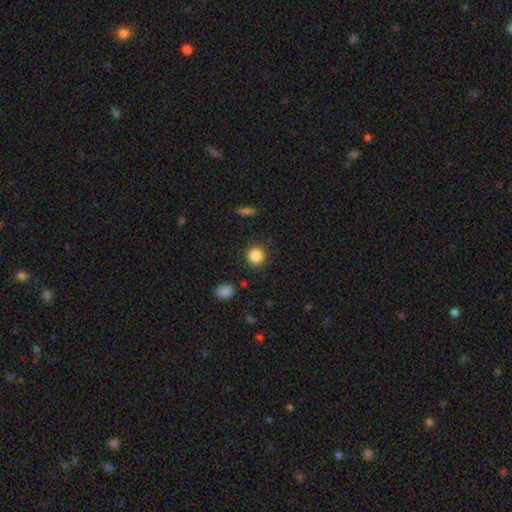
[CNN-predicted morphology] type=smooth (86%); roundness=round (93%); merging=none (90%).